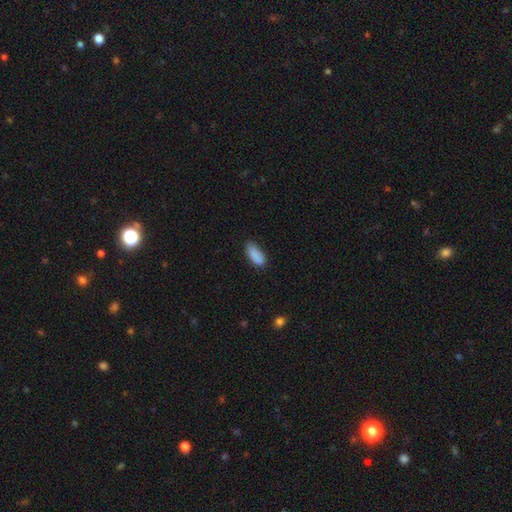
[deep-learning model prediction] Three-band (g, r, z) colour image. It shows a smooth galaxy with no disk features (88%) that is in between round and cigar-shaped (83%). Merging: none (70%).